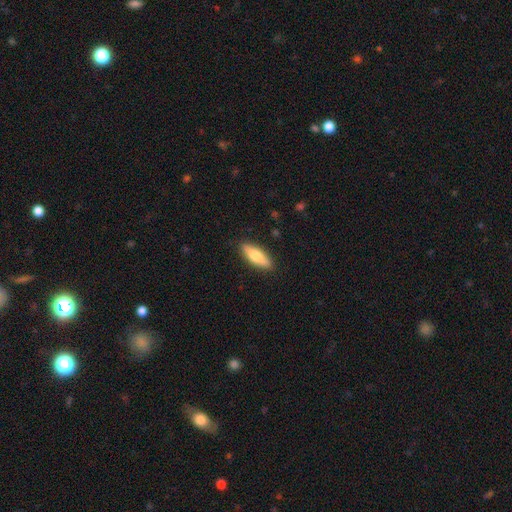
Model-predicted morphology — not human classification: Smooth or featured?
  - smooth: 71% *
  - featured or disk: 23%
  - star or artifact: 5%
How rounded?
  - in between: 52% *
  - cigar-shaped: 46%
  - round: 2%
Merging?
  - none: 88% *
  - minor disturbance: 9%
  - major disturbance: 2%
  - merger: 1%